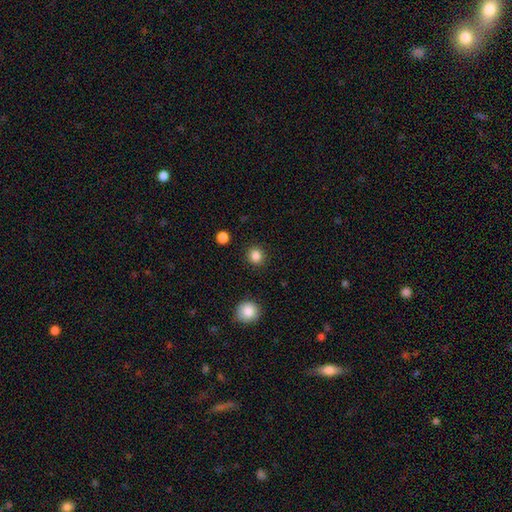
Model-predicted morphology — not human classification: Smooth or featured? smooth (85%)
How rounded? round (90%)
Merging? none (90%)